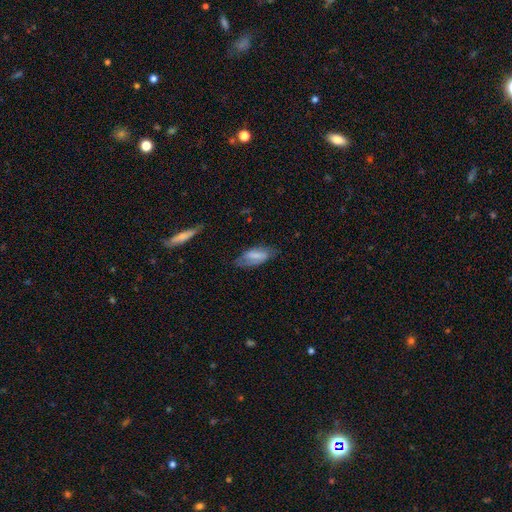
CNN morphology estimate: Smooth or featured?
  - smooth: 55% *
  - featured or disk: 38%
  - star or artifact: 7%
How rounded?
  - in between: 82% *
  - cigar-shaped: 15%
  - round: 3%
Merging?
  - none: 61% *
  - minor disturbance: 27%
  - major disturbance: 10%
  - merger: 2%